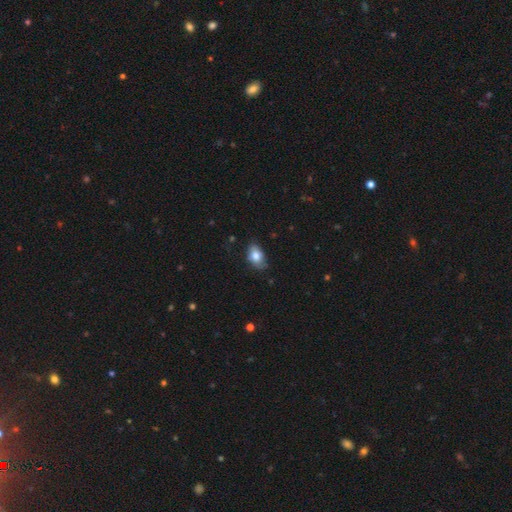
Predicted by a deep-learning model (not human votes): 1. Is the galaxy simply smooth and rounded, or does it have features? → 80% smooth, 12% featured or disk, 8% star or artifact.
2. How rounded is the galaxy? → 85% in between, 13% round, 2% cigar-shaped.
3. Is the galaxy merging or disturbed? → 66% none, 27% minor disturbance, 5% major disturbance, 1% merger.